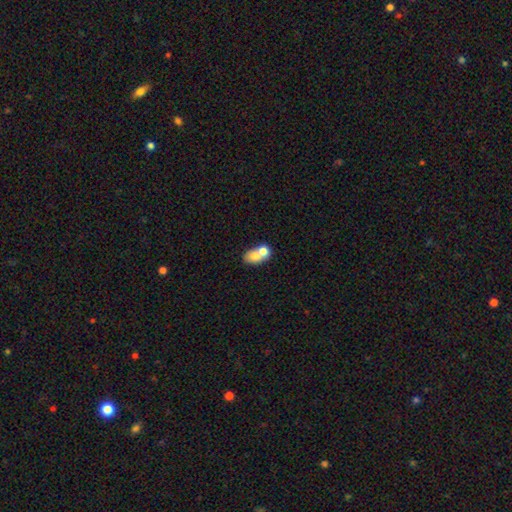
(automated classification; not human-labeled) A smooth galaxy with no disk features (70%) that is in between round and cigar-shaped (70%). Merging: merger (57%).